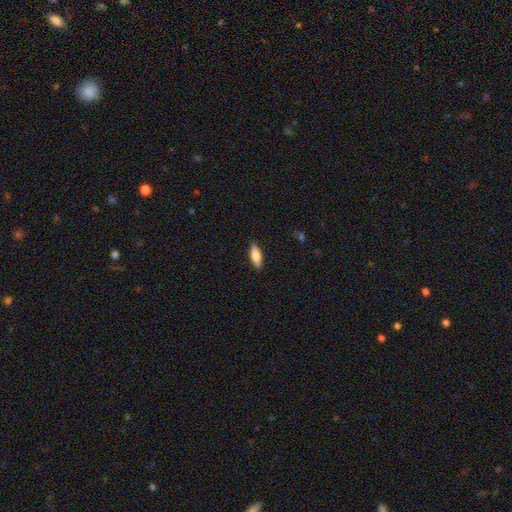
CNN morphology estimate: The model was most divided on "how rounded": in between: 56%, cigar-shaped: 42%, round: 2%. More confident: merging — none (88%); smooth or featured — smooth (78%).